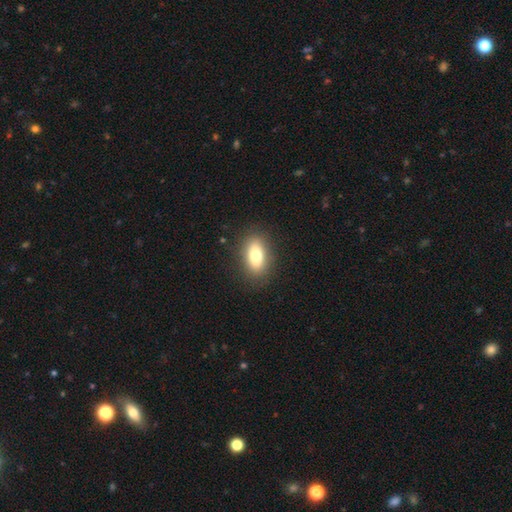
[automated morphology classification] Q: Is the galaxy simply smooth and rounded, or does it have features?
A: smooth — 78%.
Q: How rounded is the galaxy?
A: in between — 87%.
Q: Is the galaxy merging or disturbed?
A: none — 87%.